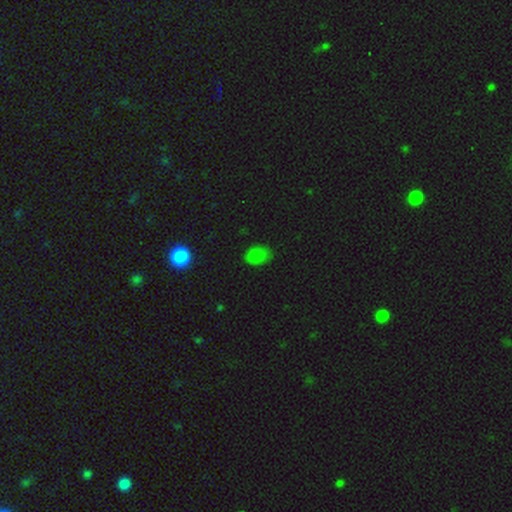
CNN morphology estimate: Q: Smooth or featured?
A: smooth (79%); runner-up: star or artifact (17%)
Q: How rounded?
A: in between (75%); runner-up: round (23%)
Q: Merging?
A: none (72%); runner-up: minor disturbance (21%)